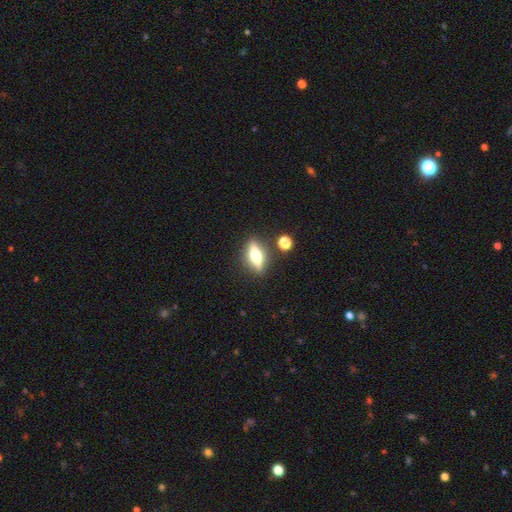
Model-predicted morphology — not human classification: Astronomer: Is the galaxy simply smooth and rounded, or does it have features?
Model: featured or disk — 59%.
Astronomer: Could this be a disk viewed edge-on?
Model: yes — 89%.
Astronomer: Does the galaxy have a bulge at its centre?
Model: rounded — 95%.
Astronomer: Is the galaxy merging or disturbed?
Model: none — 84%.